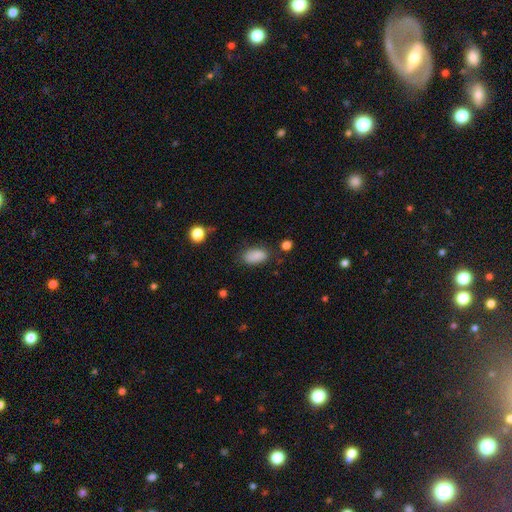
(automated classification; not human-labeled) smooth-or-featured: smooth: 87% | star or artifact: 9% | featured or disk: 5%
  how-rounded: in between: 92% | round: 5% | cigar-shaped: 3%
  merging: none: 75% | minor disturbance: 17% | major disturbance: 5% | merger: 3%